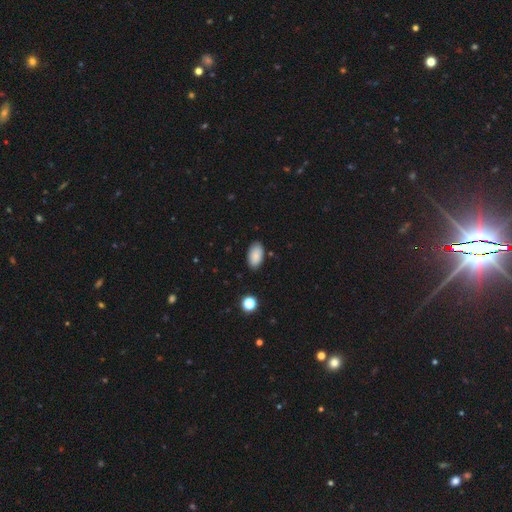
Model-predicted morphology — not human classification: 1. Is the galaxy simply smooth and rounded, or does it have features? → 87% smooth, 8% star or artifact, 5% featured or disk.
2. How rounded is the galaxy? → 95% in between, 3% round, 2% cigar-shaped.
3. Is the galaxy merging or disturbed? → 86% none, 11% minor disturbance, 2% major disturbance, 2% merger.